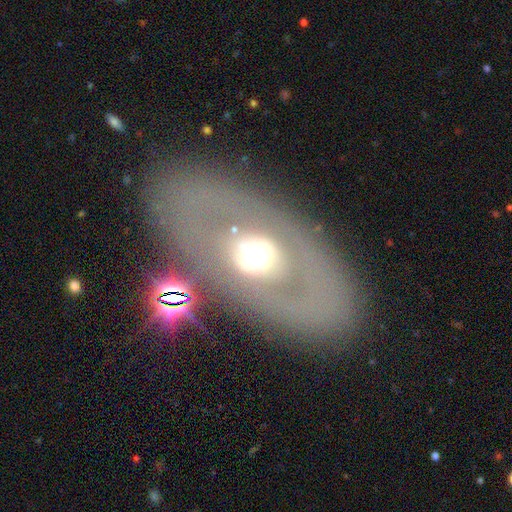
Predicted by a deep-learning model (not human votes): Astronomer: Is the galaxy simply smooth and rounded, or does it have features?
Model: featured or disk — 61%.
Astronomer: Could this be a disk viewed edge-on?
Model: no — 87%.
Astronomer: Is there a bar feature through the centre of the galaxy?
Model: no — 76%.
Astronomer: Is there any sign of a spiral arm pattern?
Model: no — 85%.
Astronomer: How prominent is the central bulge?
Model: moderate — 64%.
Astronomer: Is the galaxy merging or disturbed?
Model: none — 79%.